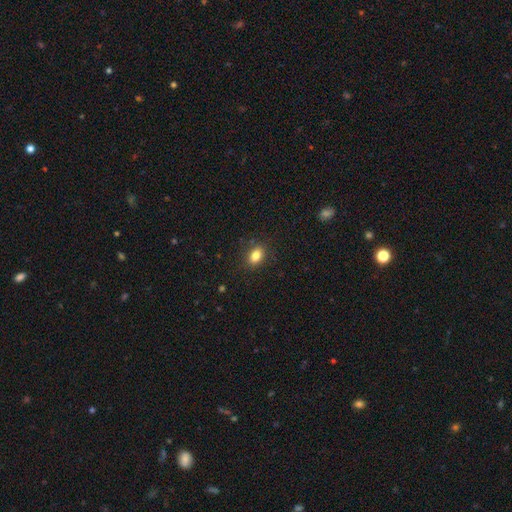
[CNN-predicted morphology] Q: Smooth or featured?
A: smooth (83%); runner-up: star or artifact (10%)
Q: How rounded?
A: in between (77%); runner-up: round (22%)
Q: Merging?
A: none (86%); runner-up: minor disturbance (10%)